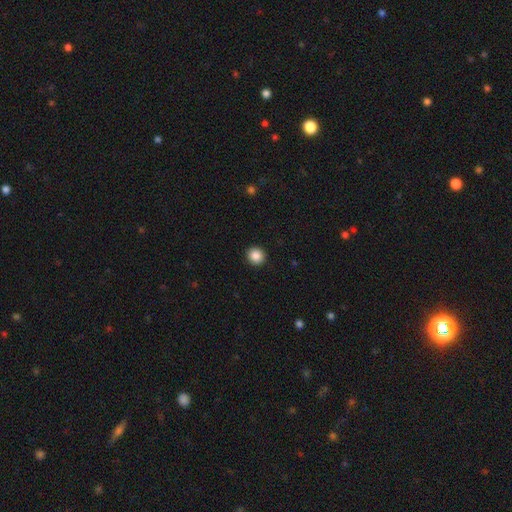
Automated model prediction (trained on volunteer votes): Overall: smooth (88%). How rounded: round (91%). Merging: none (93%).